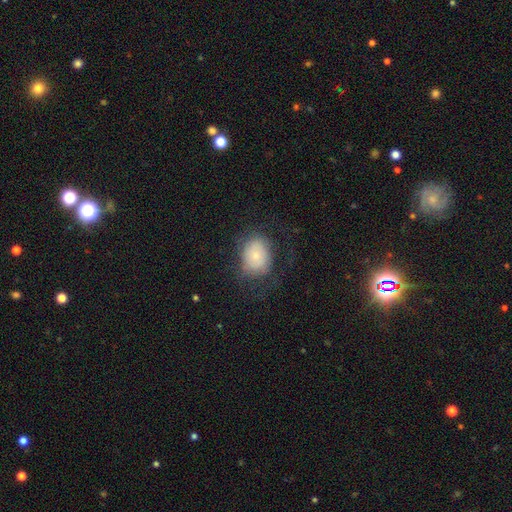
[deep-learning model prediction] smooth_or_featured: smooth (p=0.69) [alt: featured or disk p=0.22]
how_rounded: in between (p=0.56) [alt: round p=0.43]
merging: none (p=0.59) [alt: minor disturbance p=0.22]